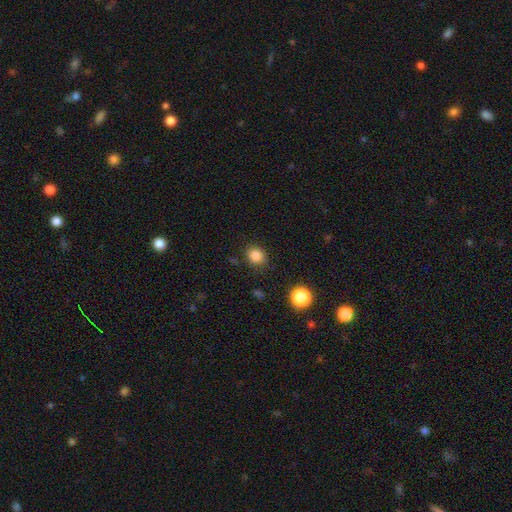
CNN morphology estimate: Smooth or featured? smooth (85%)
How rounded? round (73%)
Merging? none (83%)